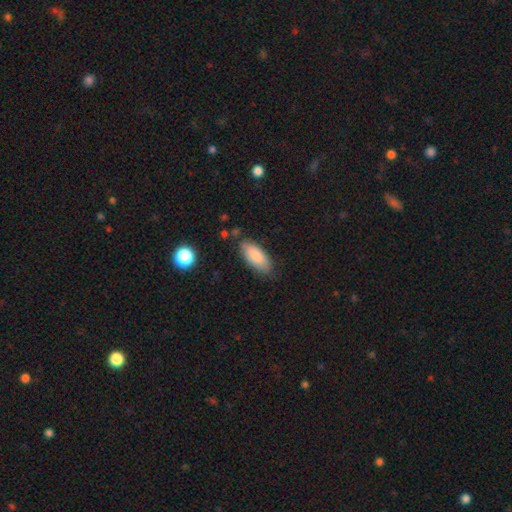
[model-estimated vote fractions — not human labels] This appears to be a smooth galaxy with no disk features (84%) that is in between round and cigar-shaped (86%). Merging: none (78%).